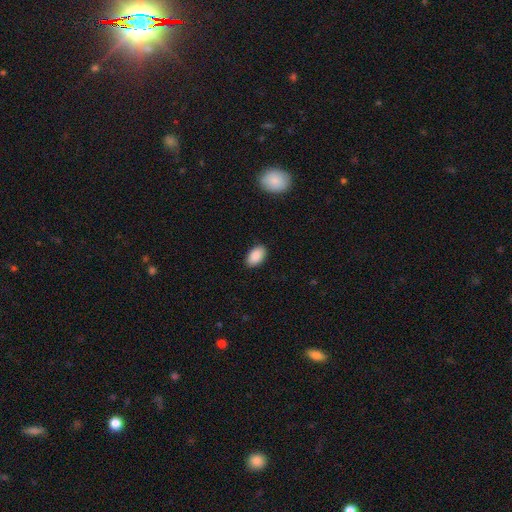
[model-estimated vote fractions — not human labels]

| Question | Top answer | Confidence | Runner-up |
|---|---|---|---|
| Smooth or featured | smooth | 90% | star or artifact (7%) |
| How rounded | in between | 94% | round (5%) |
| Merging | none | 88% | minor disturbance (9%) |